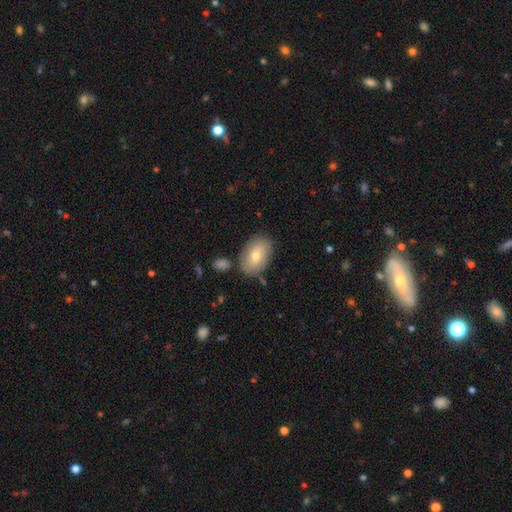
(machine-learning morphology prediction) Q: Smooth or featured?
A: smooth (69%); runner-up: featured or disk (24%)
Q: How rounded?
A: in between (88%); runner-up: round (10%)
Q: Merging?
A: none (77%); runner-up: minor disturbance (14%)